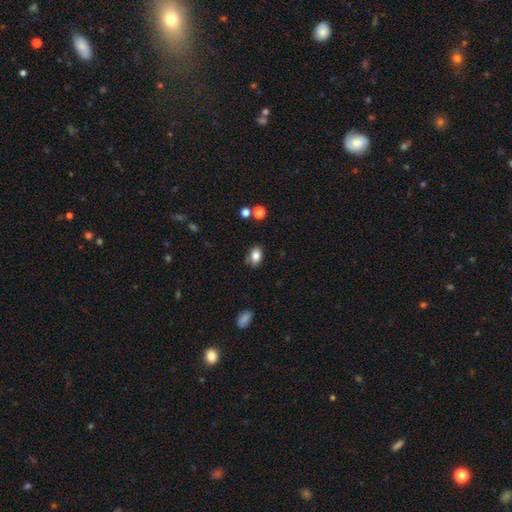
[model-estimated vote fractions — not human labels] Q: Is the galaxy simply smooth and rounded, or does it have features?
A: smooth — 83%.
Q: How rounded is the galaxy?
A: in between — 82%.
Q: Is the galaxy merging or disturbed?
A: none — 73%.